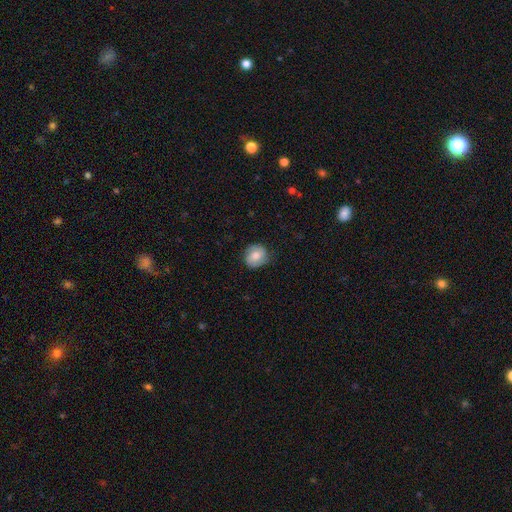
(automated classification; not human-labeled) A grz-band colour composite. It shows a smooth galaxy with no disk features (60%) that is round (77%). Merging: none (78%).